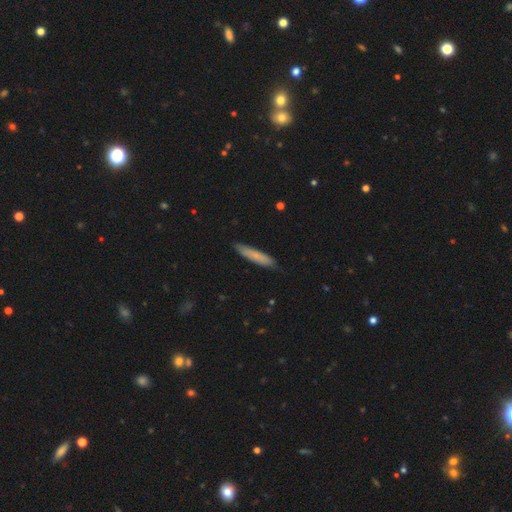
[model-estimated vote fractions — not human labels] smooth-or-featured: smooth: 75% | featured or disk: 19% | star or artifact: 6%
  how-rounded: cigar-shaped: 89% | in between: 10% | round: 1%
  merging: none: 86% | minor disturbance: 12% | major disturbance: 2% | merger: 1%